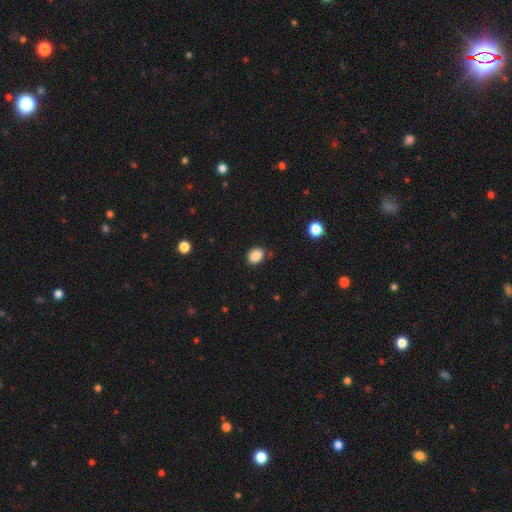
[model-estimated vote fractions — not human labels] The model was most divided on "how rounded": in between: 60%, round: 40%, cigar-shaped: 1%. More confident: smooth or featured — smooth (88%); merging — none (84%).